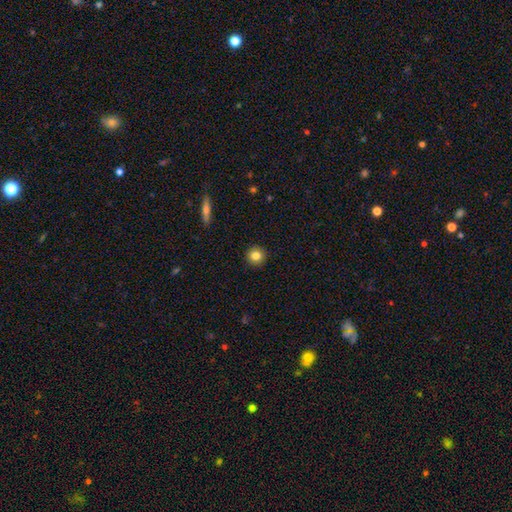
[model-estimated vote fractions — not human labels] Overall: smooth (83%). How rounded: round (94%). Merging: none (92%).